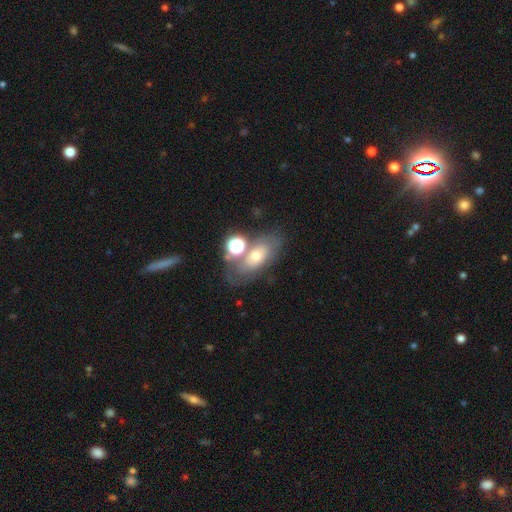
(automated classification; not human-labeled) smooth-or-featured: smooth: 52% | featured or disk: 34% | star or artifact: 15%
  how-rounded: in between: 78% | round: 16% | cigar-shaped: 6%
  merging: none: 54% | merger: 19% | minor disturbance: 17% | major disturbance: 10%